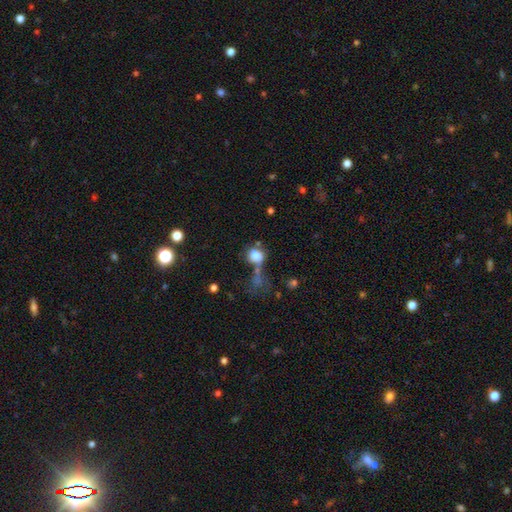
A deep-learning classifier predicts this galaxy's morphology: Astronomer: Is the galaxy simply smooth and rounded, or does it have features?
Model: smooth — 76%.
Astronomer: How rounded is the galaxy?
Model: round — 54% (runner-up: in between, 44%).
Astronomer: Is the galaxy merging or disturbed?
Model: none — 32% (runner-up: merger, 30%).